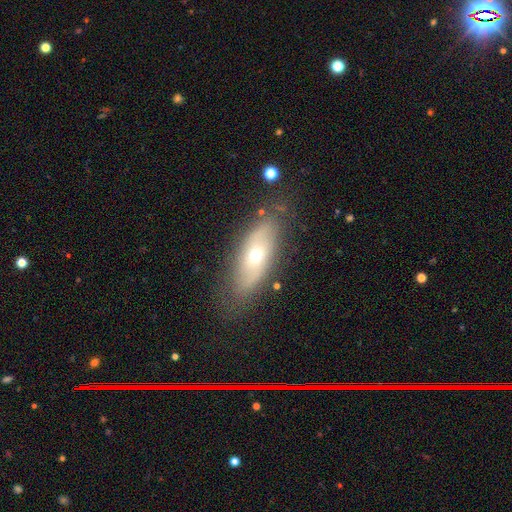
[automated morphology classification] Smooth or featured?
  - smooth: 48% *
  - featured or disk: 44%
  - star or artifact: 8%
Merging?
  - none: 77% *
  - minor disturbance: 16%
  - major disturbance: 5%
  - merger: 2%